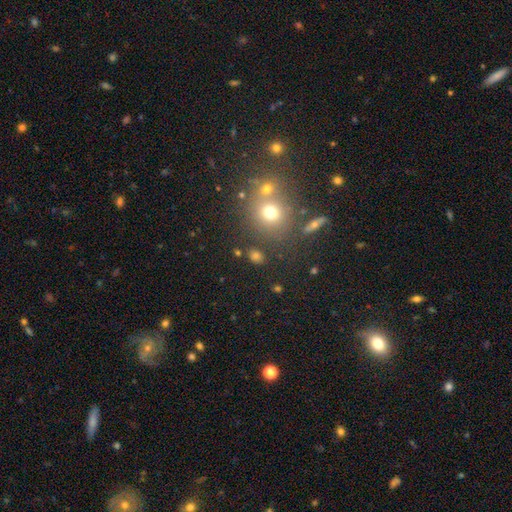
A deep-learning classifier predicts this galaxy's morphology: Smooth or featured: smooth — 64% (star or artifact — 25%)
How rounded: round — 59% (in between — 38%)
Merging: none — 73% (merger — 13%)